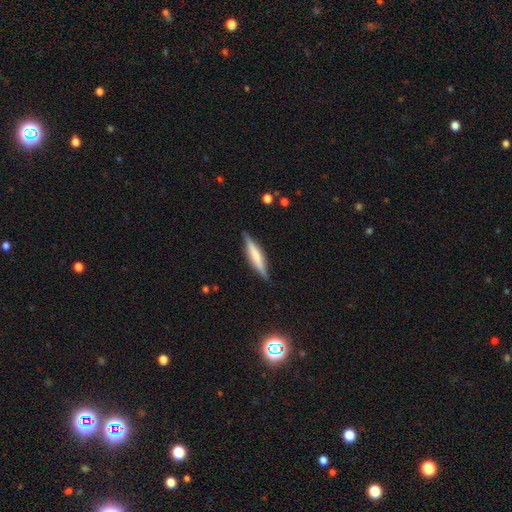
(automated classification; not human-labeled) smooth-or-featured: featured or disk: 51% | smooth: 43% | star or artifact: 6%
  disk-edge-on: yes: 95% | no: 5%
  merging: none: 85% | minor disturbance: 11% | major disturbance: 2% | merger: 1%